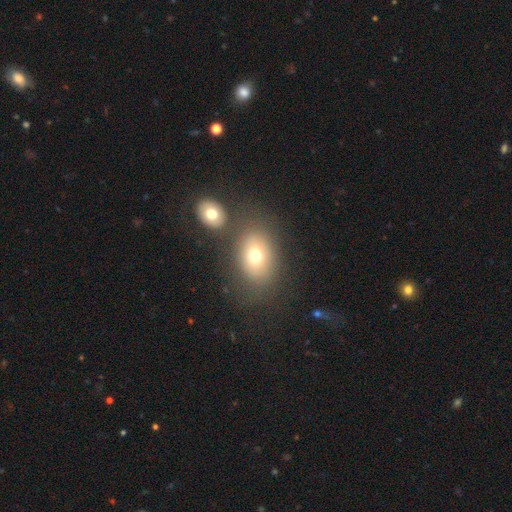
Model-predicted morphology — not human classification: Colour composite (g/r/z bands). It shows a smooth galaxy with no disk features (71%) that is in between round and cigar-shaped (67%). Merging: none (66%).